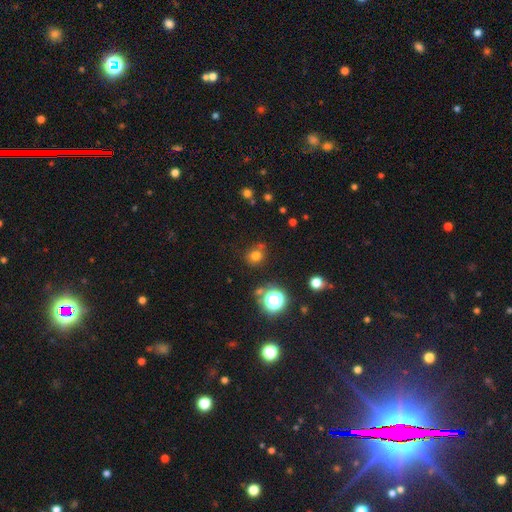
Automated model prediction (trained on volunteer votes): Morphology: type=smooth (71%); roundness=round (82%); merging=none (74%).